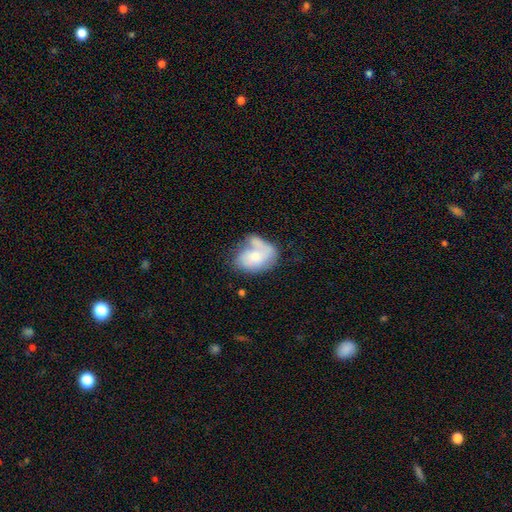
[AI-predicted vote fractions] smooth-or-featured: smooth: 57% | featured or disk: 37% | star or artifact: 7%
  how-rounded: in between: 81% | round: 17% | cigar-shaped: 1%
  merging: merger: 33% | none: 27% | minor disturbance: 23% | major disturbance: 18%